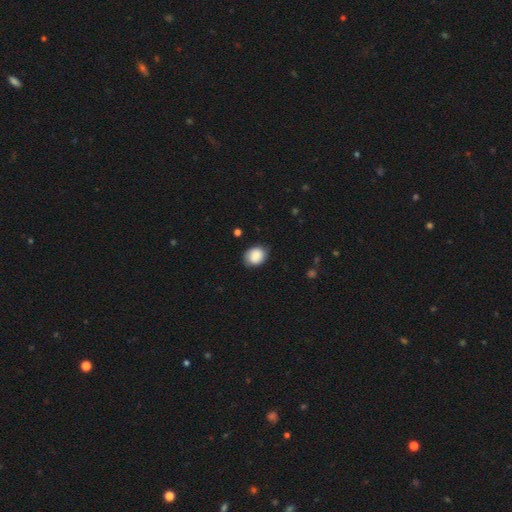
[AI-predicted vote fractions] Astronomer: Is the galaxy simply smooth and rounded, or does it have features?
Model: smooth — 84%.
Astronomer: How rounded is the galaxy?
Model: round — 52% (runner-up: in between, 47%).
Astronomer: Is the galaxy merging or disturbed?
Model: none — 78%.